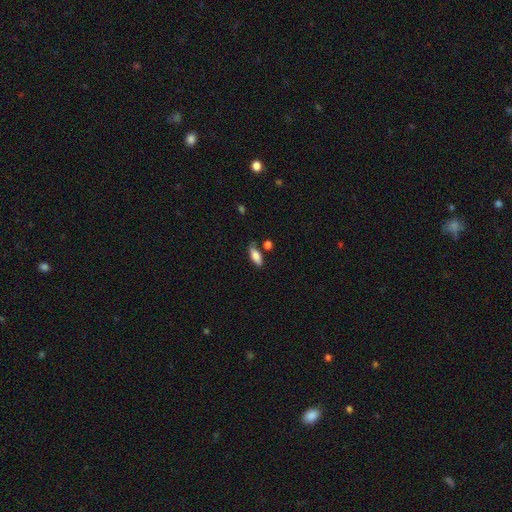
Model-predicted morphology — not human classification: This is clearly a smooth galaxy (80%). How rounded: likely in between (77%). Merging: likely none (69%).